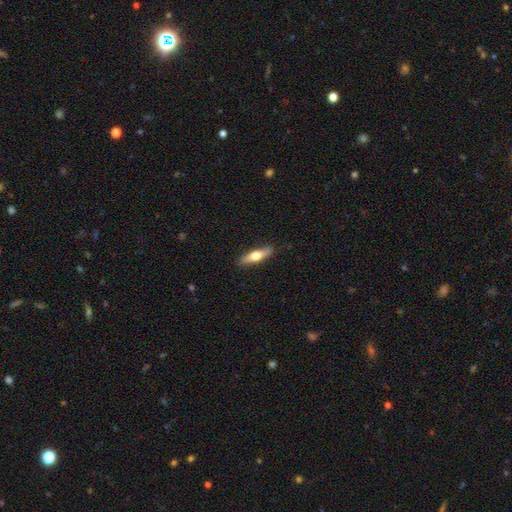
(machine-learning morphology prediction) Overall: smooth (59%; featured or disk 36%). How rounded: cigar-shaped (65%; in between 33%). Merging: none (85%).